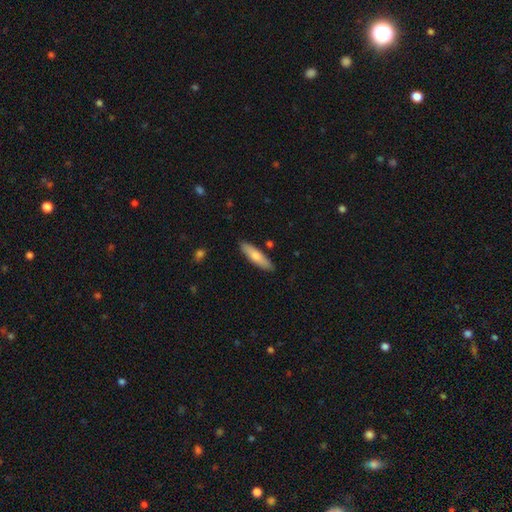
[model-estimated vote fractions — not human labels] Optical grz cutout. It shows a smooth galaxy with no disk features (71%) that is cigar-shaped (67%). Merging: none (86%).